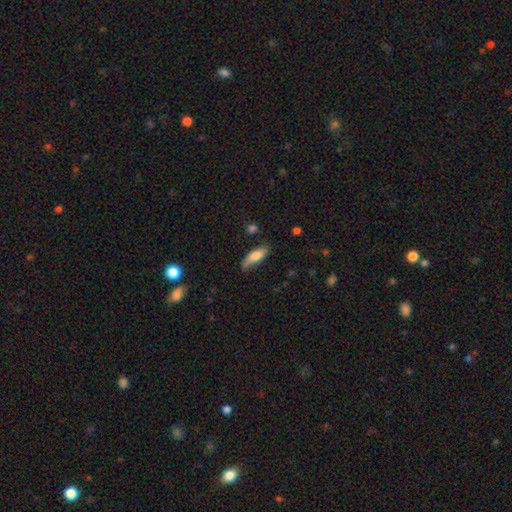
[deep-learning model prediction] smooth 69%, featured or disk 25%, star or artifact 6%. Down the decision tree: how rounded — in between (51%); merging — none (67%).